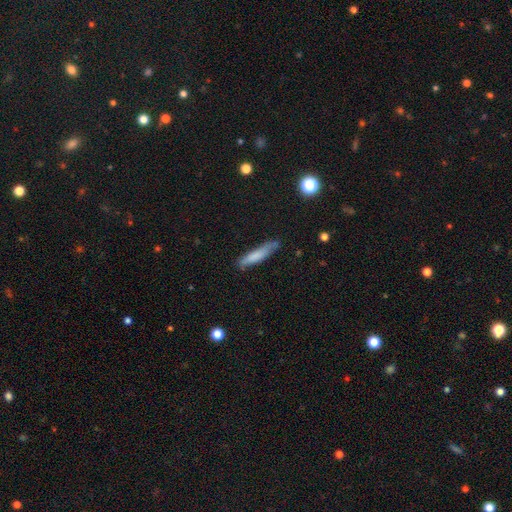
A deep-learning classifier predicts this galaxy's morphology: This appears to be a smooth galaxy with no disk features (74%) that is cigar-shaped (85%). Merging: none (72%).